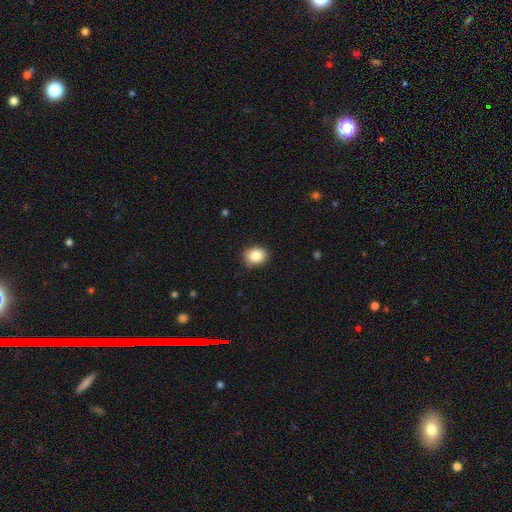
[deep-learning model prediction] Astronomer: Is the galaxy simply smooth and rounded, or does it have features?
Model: smooth — 85%.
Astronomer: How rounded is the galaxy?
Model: round — 55% (runner-up: in between, 44%).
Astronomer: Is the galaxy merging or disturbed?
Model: none — 83%.